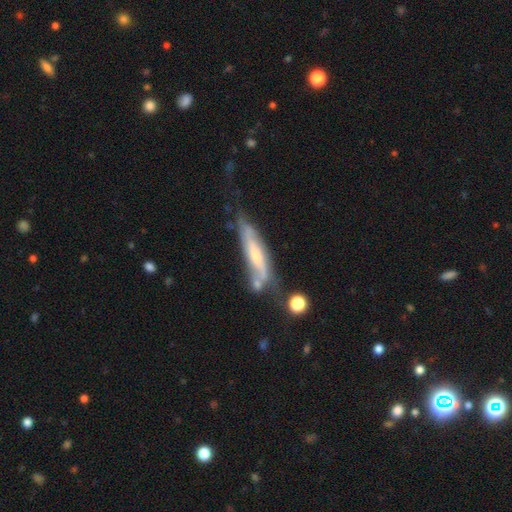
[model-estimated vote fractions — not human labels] A featured or disk galaxy (63%) viewed edge-on (58%).

Vote fractions:
- Smooth or featured? featured or disk: 63% / smooth: 29% / star or artifact: 8%
- Edge-on disk? yes: 58% / no: 42%
- Merging? none: 43% / minor disturbance: 28% / merger: 15% / major disturbance: 14%